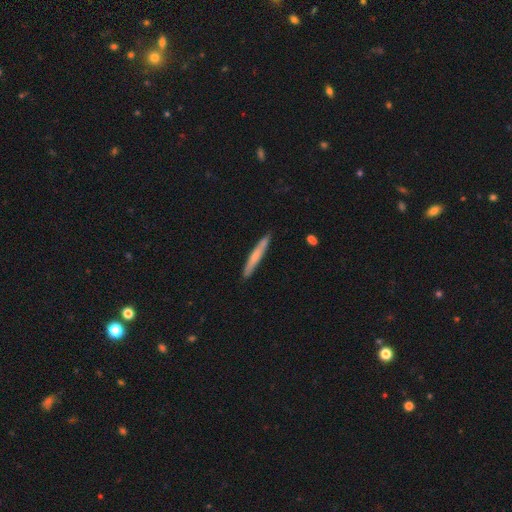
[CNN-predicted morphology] This appears to be a smooth galaxy with no disk features (61%) that is cigar-shaped (96%). Merging: none (88%).